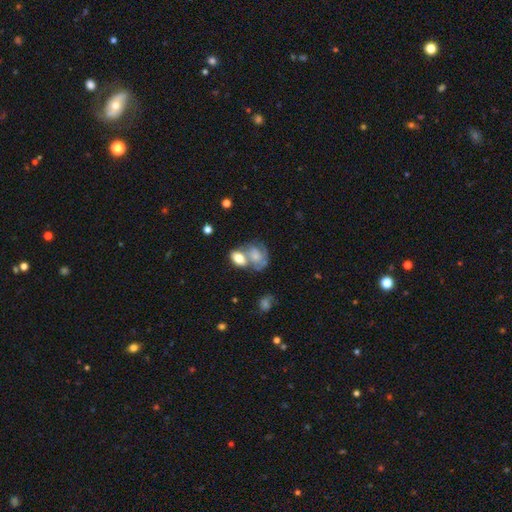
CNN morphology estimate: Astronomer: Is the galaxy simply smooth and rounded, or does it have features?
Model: smooth — 52% (runner-up: featured or disk, 39%).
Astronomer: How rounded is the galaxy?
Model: in between — 70%.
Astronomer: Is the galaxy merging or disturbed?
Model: merger — 51%.